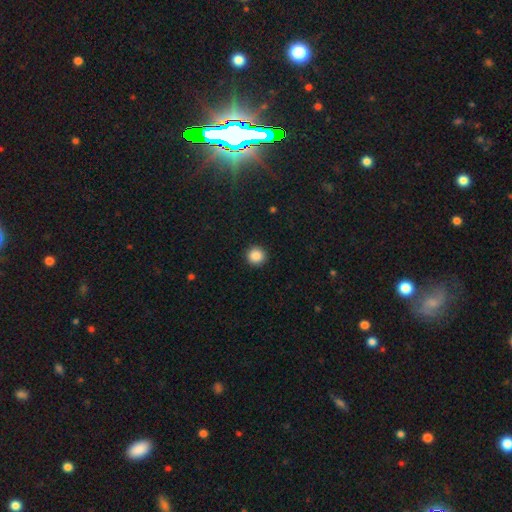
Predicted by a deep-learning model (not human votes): This is clearly a smooth galaxy (88%). How rounded: clearly round (94%). Merging: clearly none (92%).